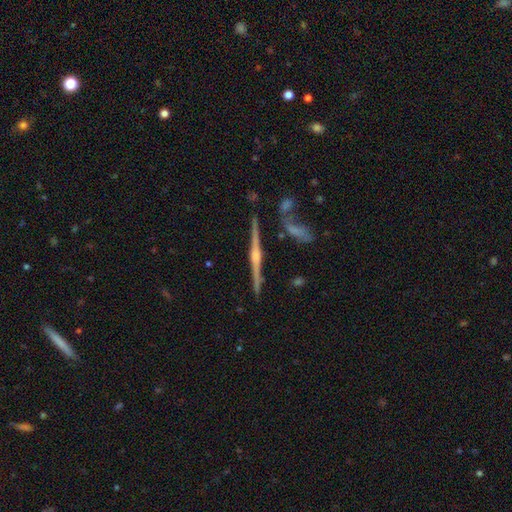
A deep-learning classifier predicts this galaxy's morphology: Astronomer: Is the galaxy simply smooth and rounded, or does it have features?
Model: featured or disk — 86%.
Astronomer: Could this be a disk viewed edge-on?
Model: yes — 98%.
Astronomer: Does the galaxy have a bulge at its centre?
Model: rounded — 84%.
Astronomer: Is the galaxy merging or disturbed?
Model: none — 85%.